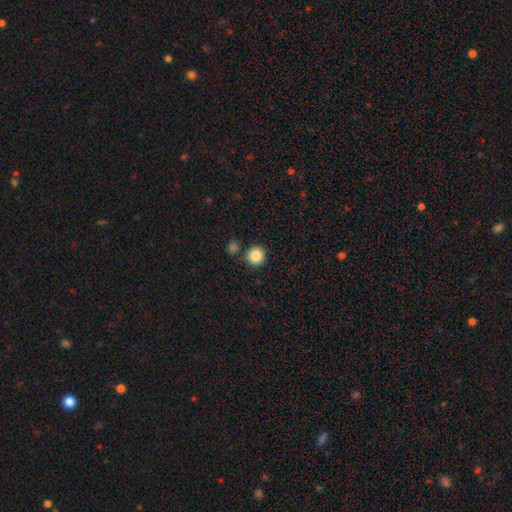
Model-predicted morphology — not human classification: smooth 86%, star or artifact 9%, featured or disk 5%. Down the decision tree: how rounded — round (94%); merging — none (84%).